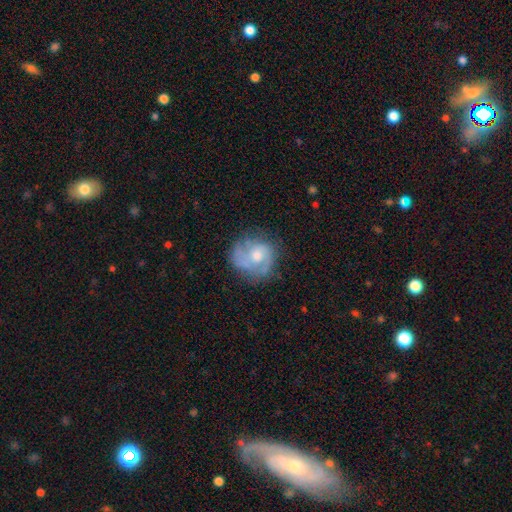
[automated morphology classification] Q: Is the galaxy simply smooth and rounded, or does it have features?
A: featured or disk — 64%.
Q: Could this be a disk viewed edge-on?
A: no — 98%.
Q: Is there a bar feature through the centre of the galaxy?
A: no — 72%.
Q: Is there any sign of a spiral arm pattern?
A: yes — 77%.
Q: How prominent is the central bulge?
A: moderate — 60%.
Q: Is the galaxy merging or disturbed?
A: none — 61%.